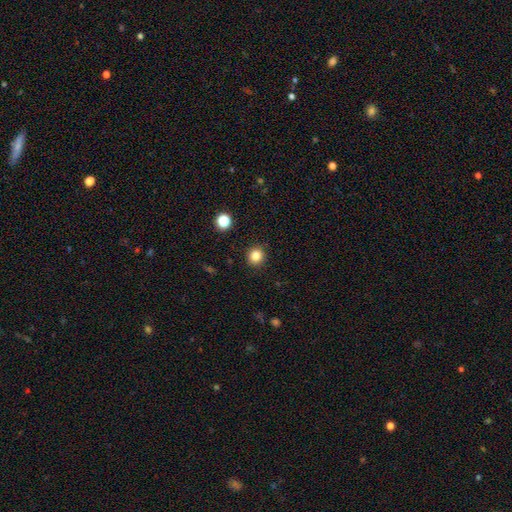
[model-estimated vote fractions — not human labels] Smooth or featured?
  - smooth: 83% *
  - star or artifact: 12%
  - featured or disk: 5%
How rounded?
  - round: 91% *
  - in between: 9%
  - cigar-shaped: 1%
Merging?
  - none: 91% *
  - minor disturbance: 6%
  - major disturbance: 2%
  - merger: 1%